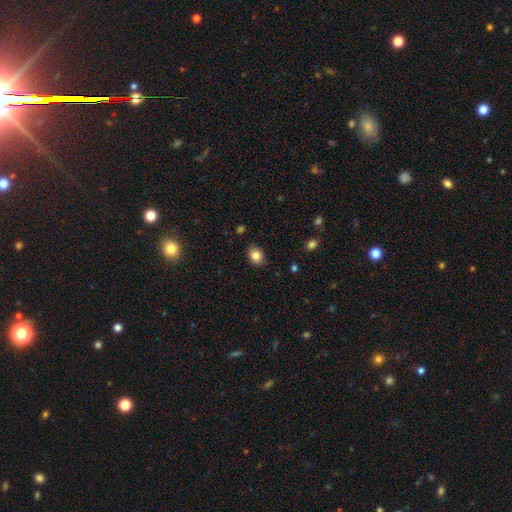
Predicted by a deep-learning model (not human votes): Smooth or featured? smooth (84%)
How rounded? in between (59%)
Merging? none (84%)